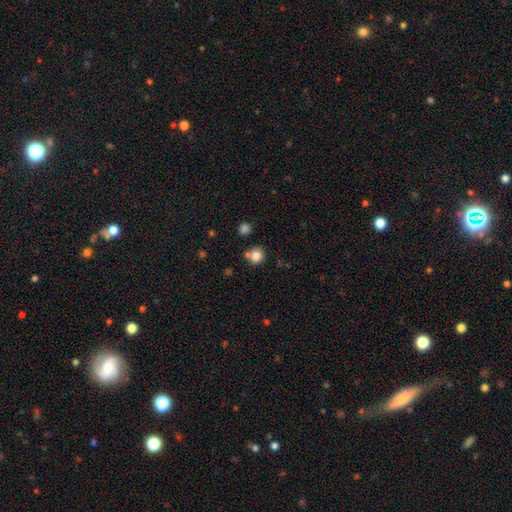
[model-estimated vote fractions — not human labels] The model was most divided on "merging": none: 70%, merger: 16%, minor disturbance: 11%, major disturbance: 4%. More confident: how rounded — round (89%); smooth or featured — smooth (84%).